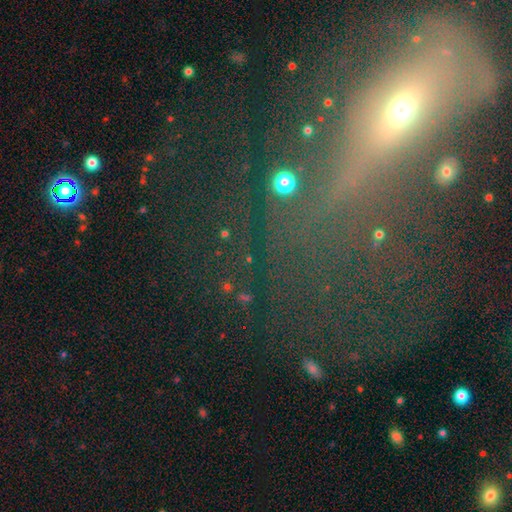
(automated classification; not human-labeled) Overall: star or artifact (44%; smooth 29%).